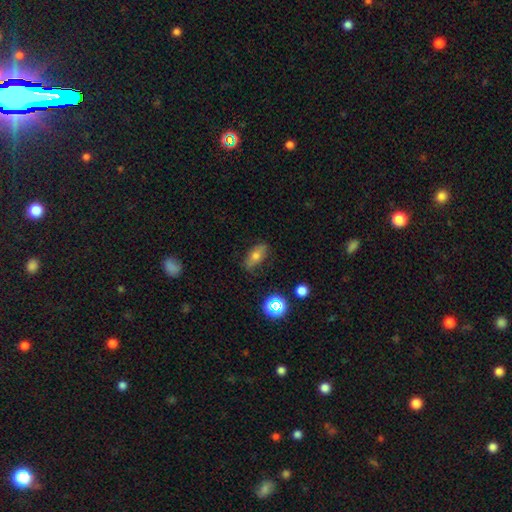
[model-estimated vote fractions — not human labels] This is likely a smooth galaxy (64%). How rounded: likely in between (79%). Merging: likely none (77%).